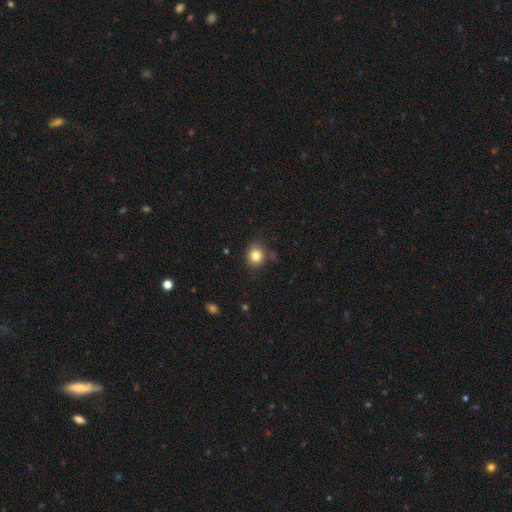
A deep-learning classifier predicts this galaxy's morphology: This is clearly a smooth galaxy (82%). How rounded: likely round (76%). Merging: clearly none (81%).